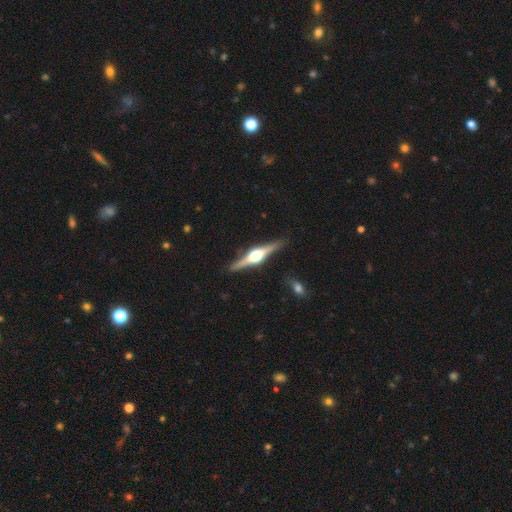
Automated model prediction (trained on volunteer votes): Morphology: type=featured or disk (83%); edge-on=yes (98%); edge-on bulge=rounded (95%); merging=none (89%).